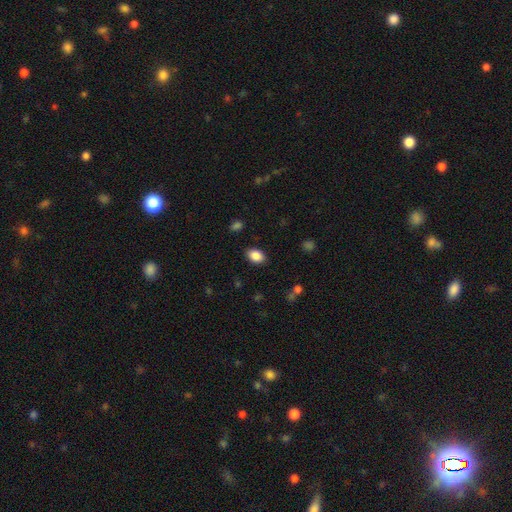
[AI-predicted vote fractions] smooth-or-featured: smooth: 87% | star or artifact: 8% | featured or disk: 5%
  how-rounded: in between: 83% | round: 15% | cigar-shaped: 1%
  merging: none: 87% | minor disturbance: 10% | major disturbance: 3% | merger: 1%